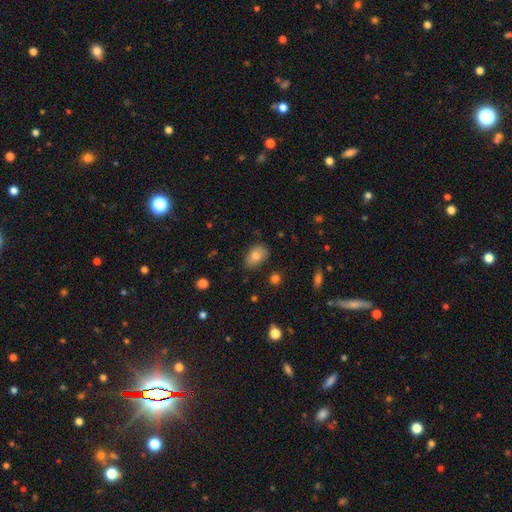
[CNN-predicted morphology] This is clearly a smooth galaxy (80%). How rounded: clearly in between (86%). Merging: likely none (75%).